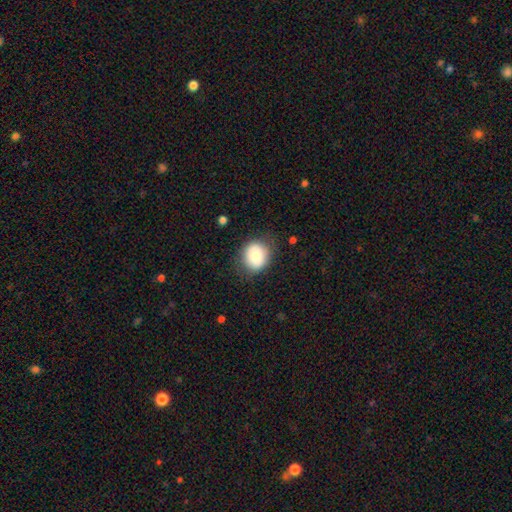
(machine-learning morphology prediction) Overall: smooth (83%). How rounded: round (67%; in between 32%). Merging: none (78%).